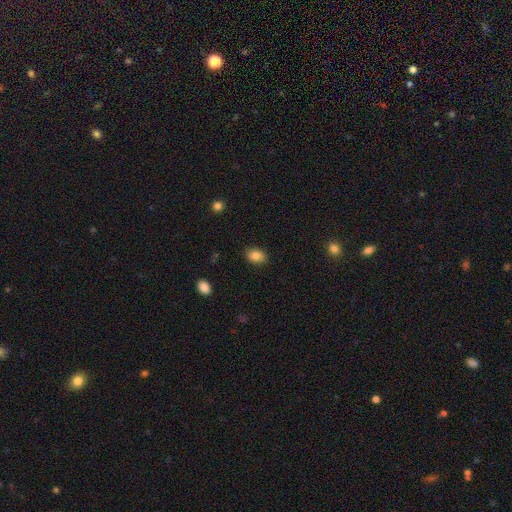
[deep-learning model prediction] Smooth or featured? smooth (85%)
How rounded? in between (79%)
Merging? none (86%)